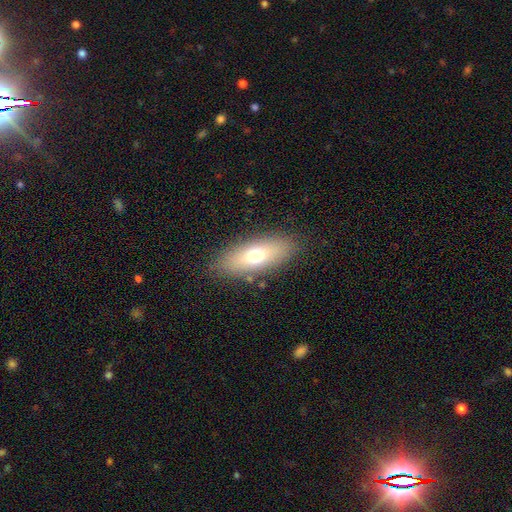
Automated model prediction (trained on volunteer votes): A smooth galaxy with no disk features (69%) that is in between round and cigar-shaped (77%). Merging: none (86%).